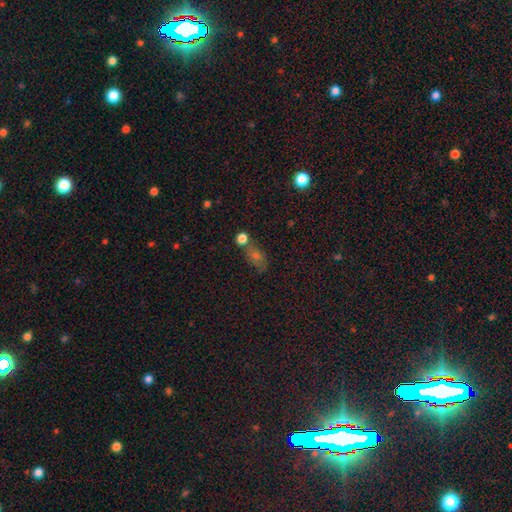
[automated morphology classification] Smooth or featured?
  - smooth: 56% *
  - star or artifact: 28%
  - featured or disk: 16%
How rounded?
  - in between: 68% *
  - round: 24%
  - cigar-shaped: 8%
Merging?
  - none: 58% *
  - merger: 20%
  - minor disturbance: 15%
  - major disturbance: 6%